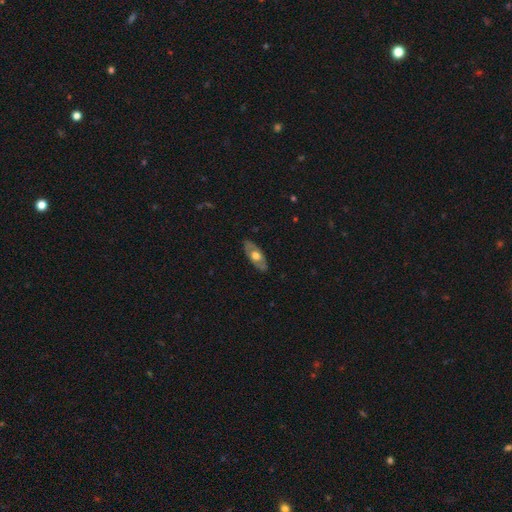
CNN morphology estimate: Smooth or featured: featured or disk — 52% (smooth — 43%)
Edge-on disk: no — 75% (yes — 25%)
Merging: none — 83% (minor disturbance — 13%)